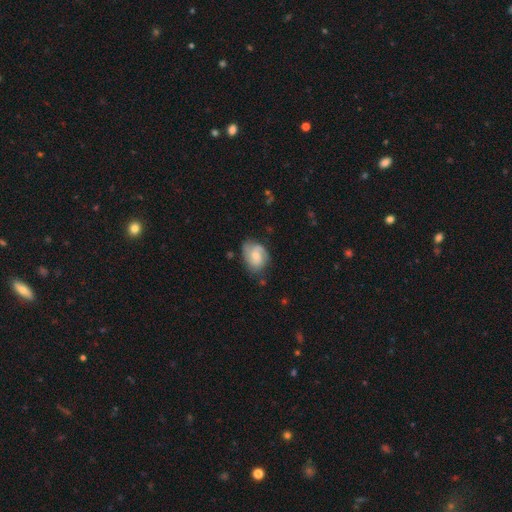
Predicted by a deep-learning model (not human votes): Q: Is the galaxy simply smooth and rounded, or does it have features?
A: featured or disk — 52%.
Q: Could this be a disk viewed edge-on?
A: no — 97%.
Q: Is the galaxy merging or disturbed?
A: none — 62%.